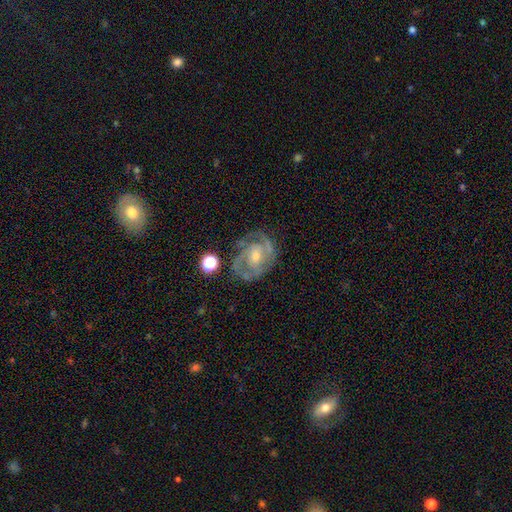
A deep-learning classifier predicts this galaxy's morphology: smooth-or-featured: featured or disk: 83% | smooth: 10% | star or artifact: 7%
  disk-edge-on: no: 97% | yes: 3%
    bar: no: 64% | weak: 29% | strong: 8%
    has-spiral-arms: yes: 91% | no: 9%
      spiral-winding: tight: 51% | medium: 39% | loose: 10%
      spiral-arm-count: 2: 43% | can't tell: 23% | 3: 20% | 1: 5% | 4: 4% | more than 4: 3%
    bulge-size: small: 59% | moderate: 37% | none: 1% | large: 1% | dominant: 1%
  merging: none: 65% | minor disturbance: 20% | major disturbance: 12% | merger: 3%